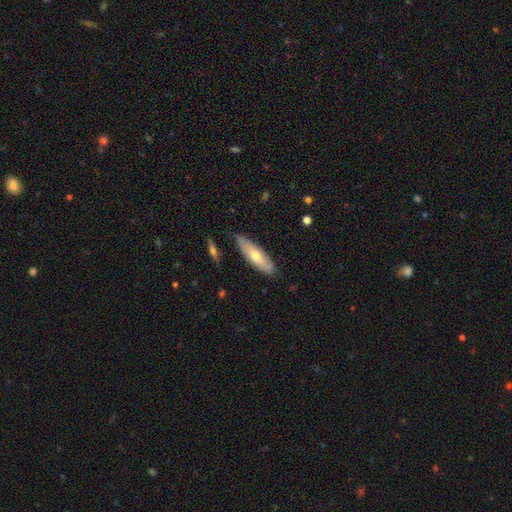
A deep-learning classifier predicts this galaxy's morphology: This appears to be a smooth galaxy with no disk features (62%) that is cigar-shaped (60%). Merging: none (84%).